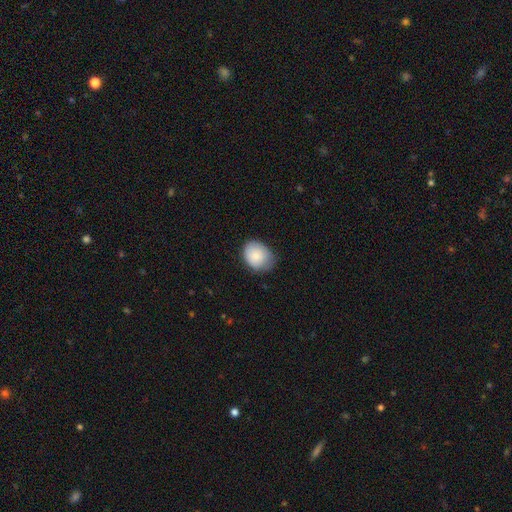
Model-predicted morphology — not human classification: This appears to be a smooth galaxy with no disk features (86%) that is in between round and cigar-shaped (55%). Merging: none (61%).